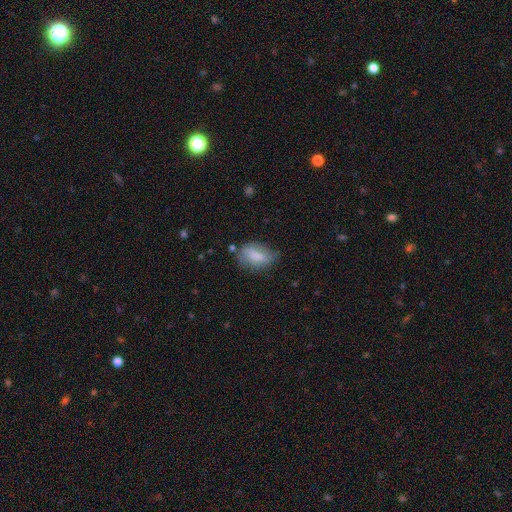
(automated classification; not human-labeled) Smooth or featured? smooth (68%)
How rounded? in between (82%)
Merging? none (55%)